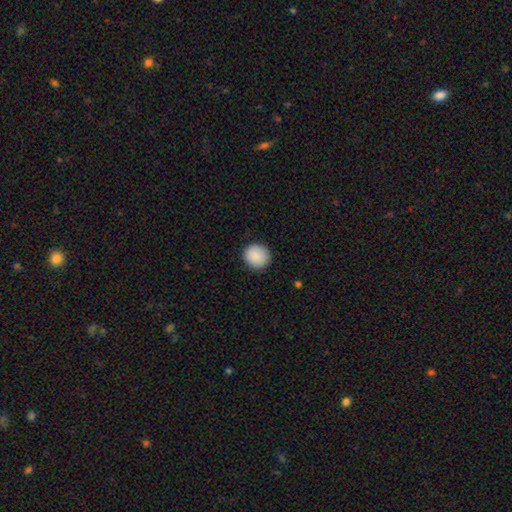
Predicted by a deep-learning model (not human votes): Smooth or featured?
  - smooth: 90% *
  - star or artifact: 7%
  - featured or disk: 3%
How rounded?
  - round: 88% *
  - in between: 11%
  - cigar-shaped: 1%
Merging?
  - none: 90% *
  - minor disturbance: 7%
  - major disturbance: 2%
  - merger: 1%